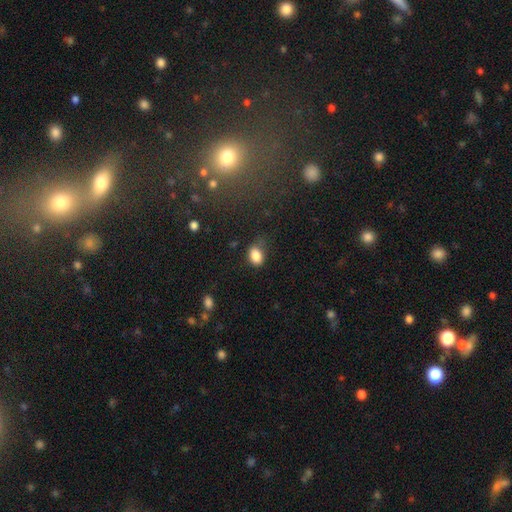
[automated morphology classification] Smooth or featured?
  - smooth: 85% *
  - star or artifact: 9%
  - featured or disk: 6%
How rounded?
  - in between: 79% *
  - round: 20%
  - cigar-shaped: 1%
Merging?
  - none: 60% *
  - minor disturbance: 29%
  - major disturbance: 8%
  - merger: 3%